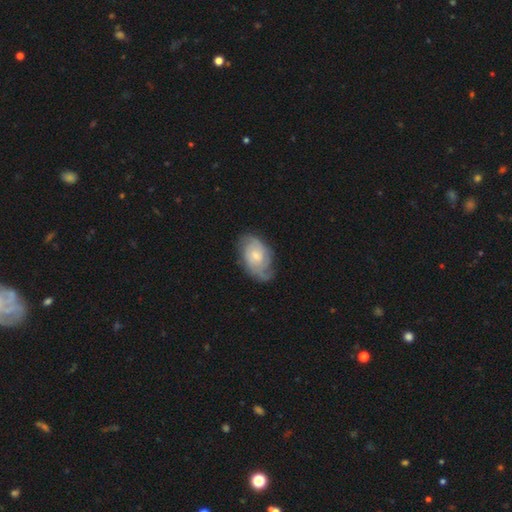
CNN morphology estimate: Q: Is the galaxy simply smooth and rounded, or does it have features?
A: featured or disk — 70%.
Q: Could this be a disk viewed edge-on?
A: no — 96%.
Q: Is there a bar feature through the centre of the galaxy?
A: no — 64%.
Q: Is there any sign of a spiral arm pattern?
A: yes — 91%.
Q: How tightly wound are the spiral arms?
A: tight — 46%.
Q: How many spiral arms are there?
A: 2 — 49%.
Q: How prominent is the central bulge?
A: small — 50%.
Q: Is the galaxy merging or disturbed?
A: none — 63%.